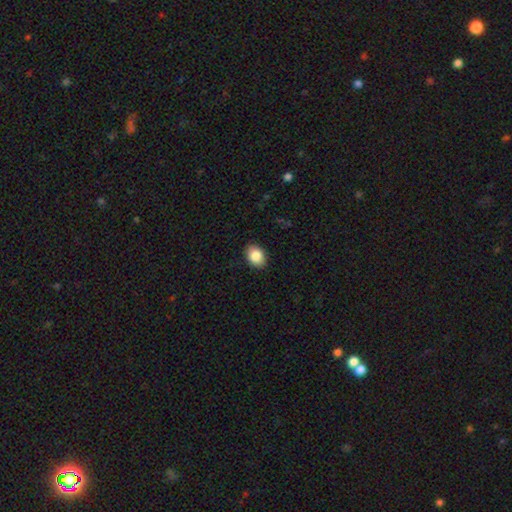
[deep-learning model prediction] This is clearly a smooth galaxy (86%). How rounded: likely in between (74%). Merging: clearly none (89%).